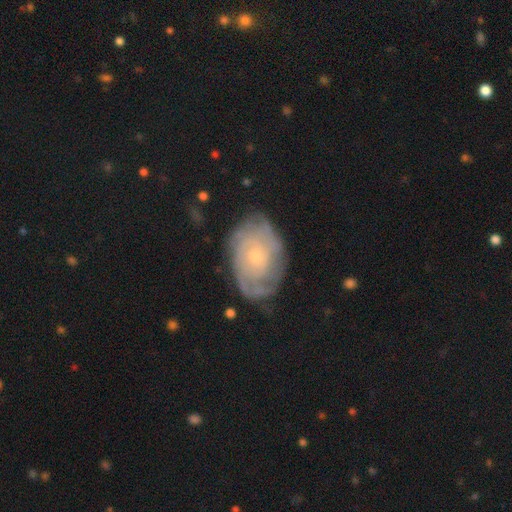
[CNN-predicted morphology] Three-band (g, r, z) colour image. It shows a featured or disk galaxy (75%) with no bar (78%), tight (70%) spiral arms (89%) and a small central bulge (74%). Merging: none (70%).